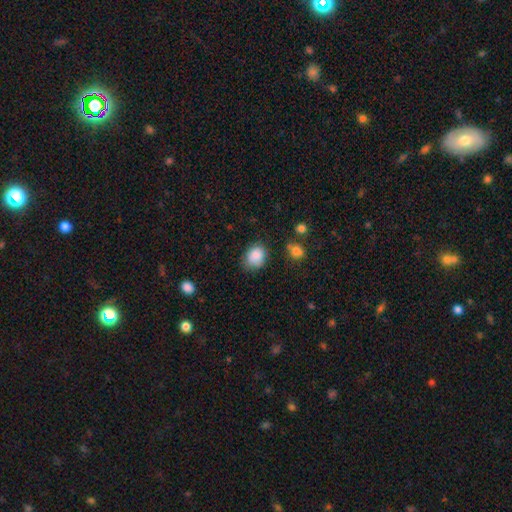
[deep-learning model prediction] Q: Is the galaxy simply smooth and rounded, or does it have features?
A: smooth — 86%.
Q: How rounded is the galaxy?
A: round — 56%.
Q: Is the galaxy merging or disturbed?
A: none — 69%.